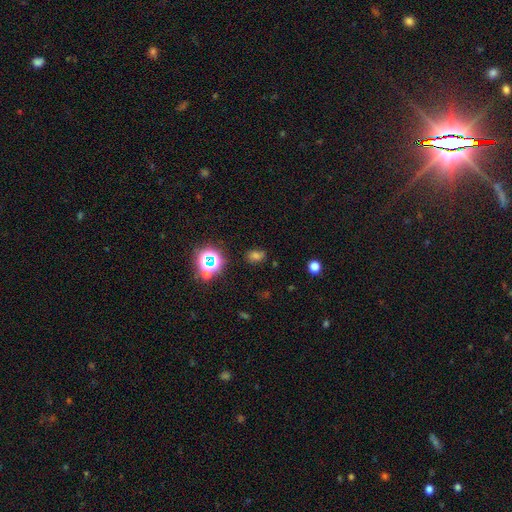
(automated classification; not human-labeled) smooth 52%, star or artifact 38%, featured or disk 10%. Down the decision tree: how rounded — in between (60%); merging — none (75%).